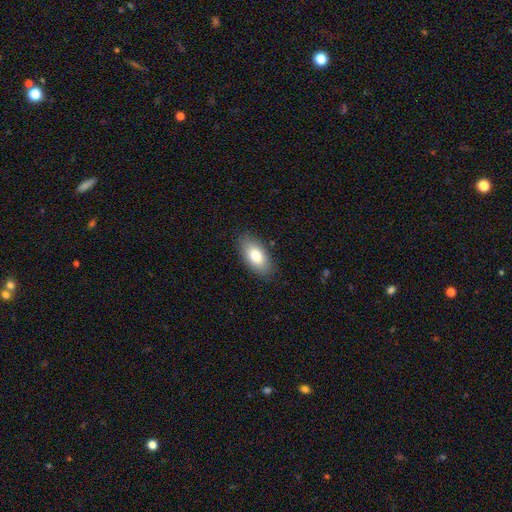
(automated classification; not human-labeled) Smooth or featured? smooth (80%)
How rounded? in between (92%)
Merging? none (86%)